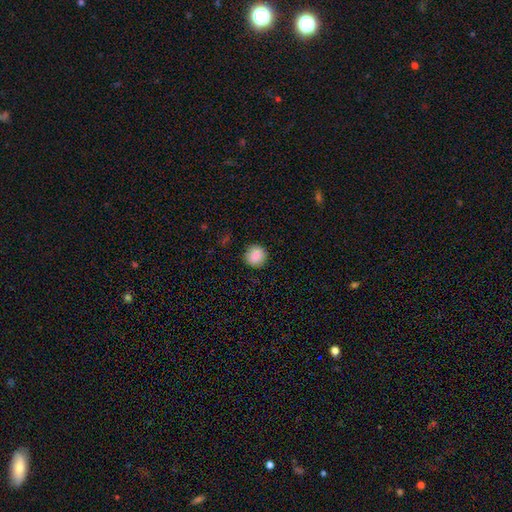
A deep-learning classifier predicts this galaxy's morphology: smooth 88%, star or artifact 8%, featured or disk 4%. Down the decision tree: how rounded — round (94%); merging — none (91%).